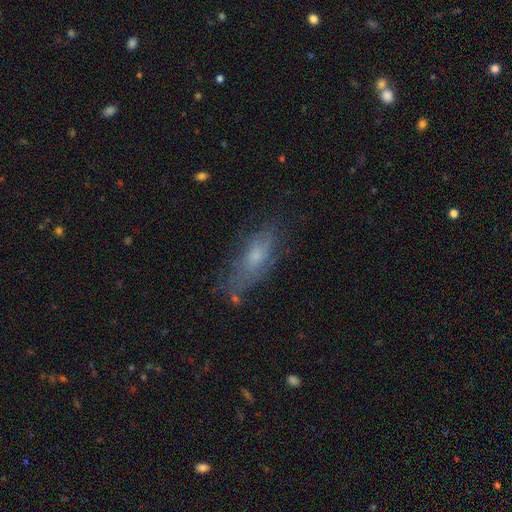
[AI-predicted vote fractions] Smooth or featured? smooth (52%)
How rounded? in between (64%)
Merging? none (63%)